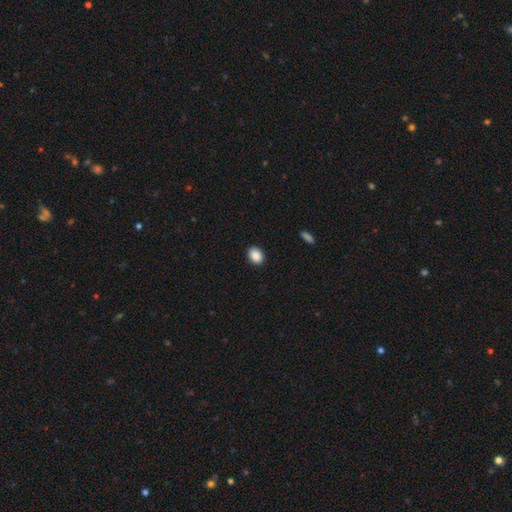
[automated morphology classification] Smooth or featured? smooth (89%)
How rounded? in between (60%)
Merging? none (91%)